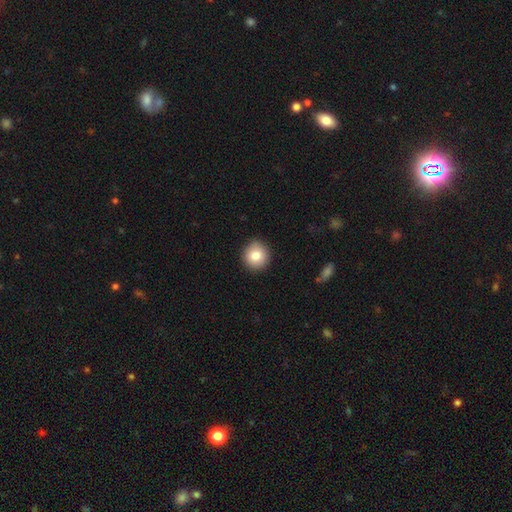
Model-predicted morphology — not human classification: A smooth galaxy with no disk features (82%) that is round (93%). Merging: none (89%).